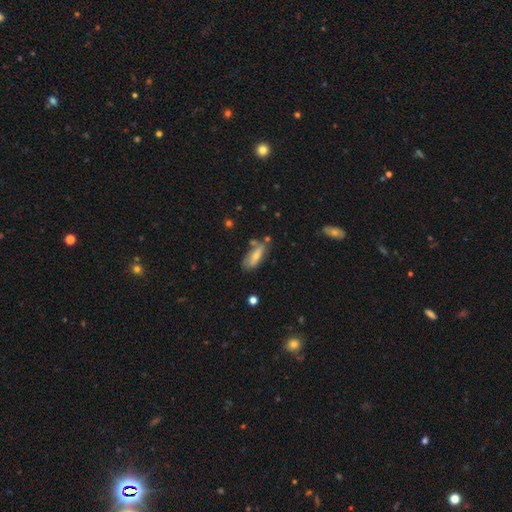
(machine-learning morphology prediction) Smooth or featured? smooth (53%)
How rounded? in between (66%)
Merging? none (57%)